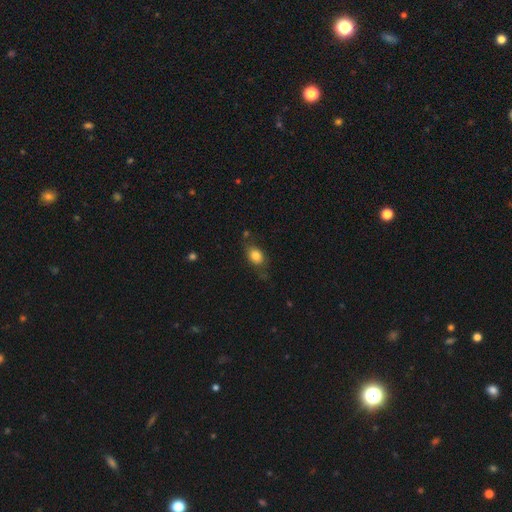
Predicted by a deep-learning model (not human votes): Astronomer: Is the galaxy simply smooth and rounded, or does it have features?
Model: smooth — 80%.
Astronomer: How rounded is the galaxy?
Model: in between — 70%.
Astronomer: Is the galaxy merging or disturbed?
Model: none — 65%.